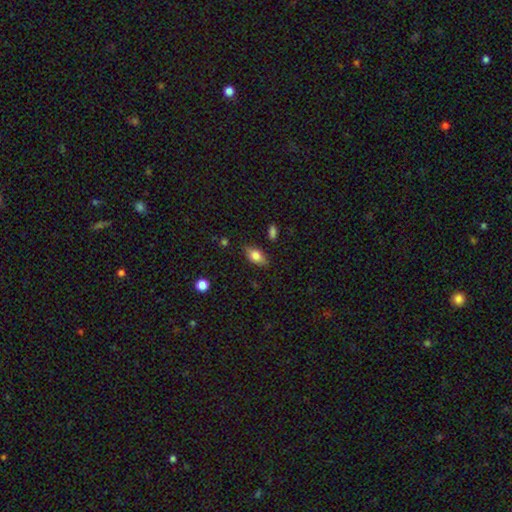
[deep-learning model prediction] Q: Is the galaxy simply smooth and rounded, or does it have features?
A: smooth — 78%.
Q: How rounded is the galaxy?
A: in between — 87%.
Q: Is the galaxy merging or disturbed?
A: none — 82%.